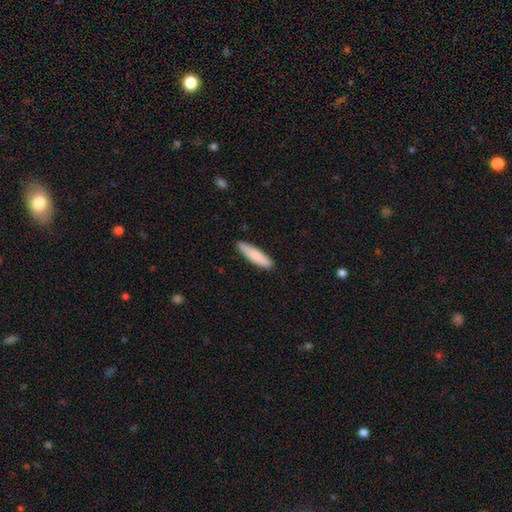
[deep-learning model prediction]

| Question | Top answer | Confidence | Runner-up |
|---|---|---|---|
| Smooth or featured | smooth | 84% | featured or disk (10%) |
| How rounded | cigar-shaped | 77% | in between (21%) |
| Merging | none | 85% | minor disturbance (12%) |